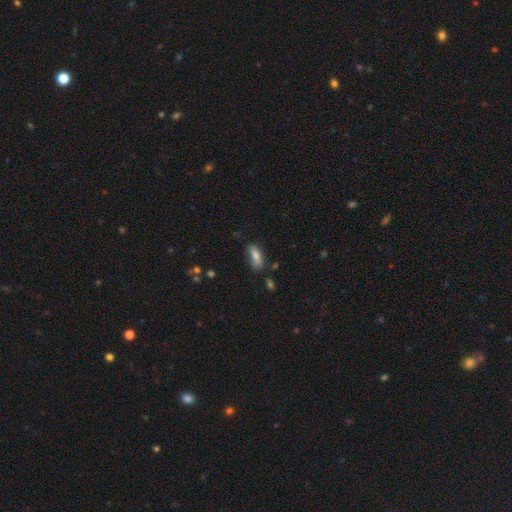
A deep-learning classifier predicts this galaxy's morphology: smooth_or_featured: smooth (p=0.78) [alt: featured or disk p=0.12]
how_rounded: in between (p=0.68) [alt: cigar-shaped p=0.29]
merging: none (p=0.62) [alt: minor disturbance p=0.27]